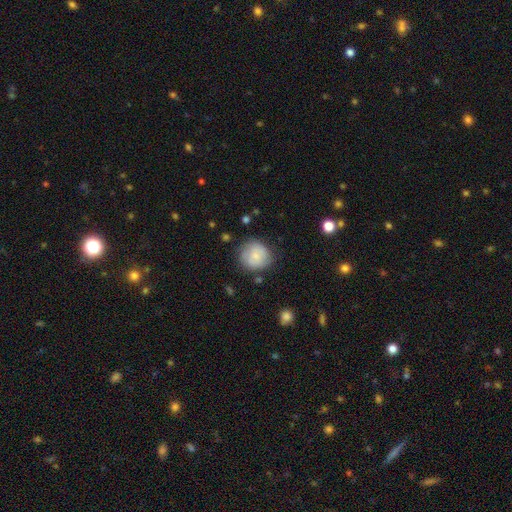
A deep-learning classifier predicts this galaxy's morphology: smooth 75%, featured or disk 17%, star or artifact 8%. Down the decision tree: how rounded — round (88%); merging — none (72%).